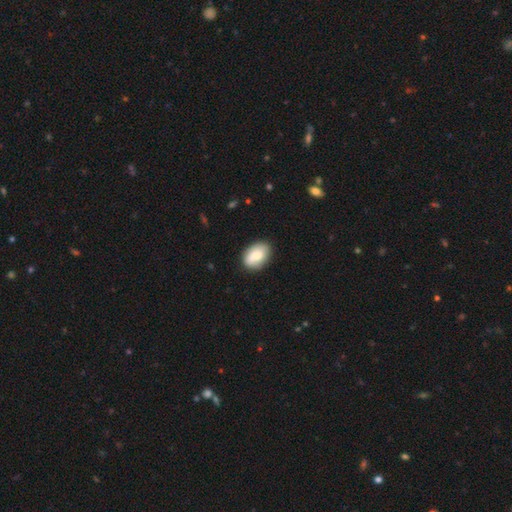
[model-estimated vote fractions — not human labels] smooth-or-featured: smooth: 79% | featured or disk: 14% | star or artifact: 6%
  how-rounded: in between: 85% | round: 13% | cigar-shaped: 1%
  merging: none: 81% | minor disturbance: 14% | major disturbance: 3% | merger: 2%